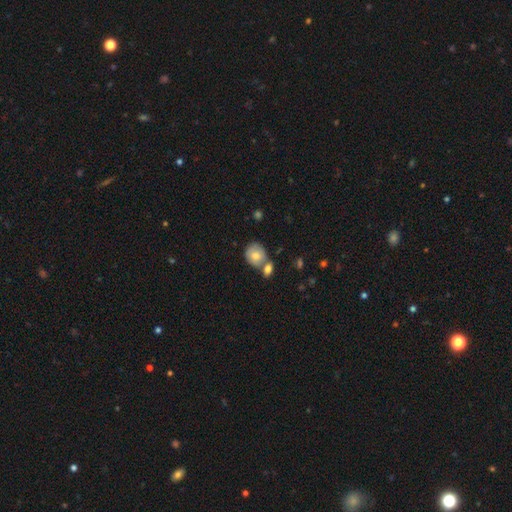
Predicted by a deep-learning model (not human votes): Morphology: type=smooth (75%); roundness=round (66%); merging=none (44%).